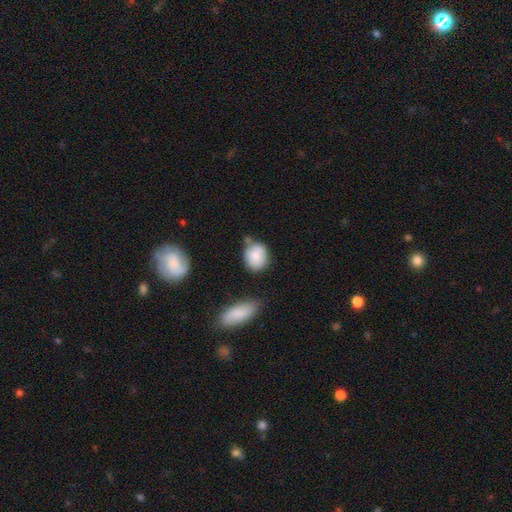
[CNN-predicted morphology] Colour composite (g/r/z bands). It shows a smooth galaxy with no disk features (79%) that is round (59%). Merging: none (56%).